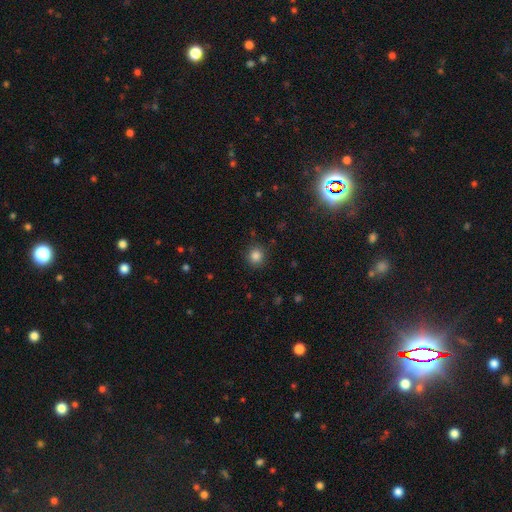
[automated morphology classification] The model was most divided on "smooth or featured": smooth: 84%, star or artifact: 12%, featured or disk: 4%. More confident: how rounded — round (89%); merging — none (87%).